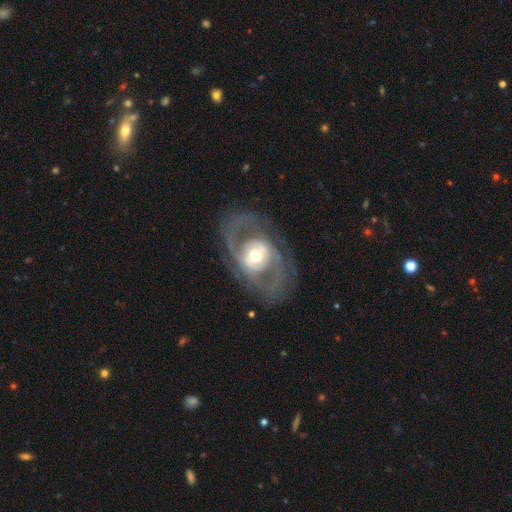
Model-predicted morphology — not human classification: smooth_or_featured: featured or disk (p=0.80) [alt: smooth p=0.15]
disk_edge_on: no (p=0.95) [alt: yes p=0.05]
bar: no (p=0.57) [alt: weak p=0.28]
has_spiral_arms: yes (p=0.66) [alt: no p=0.34]
bulge_size: moderate (p=0.65) [alt: large p=0.24]
merging: none (p=0.72) [alt: minor disturbance p=0.13]